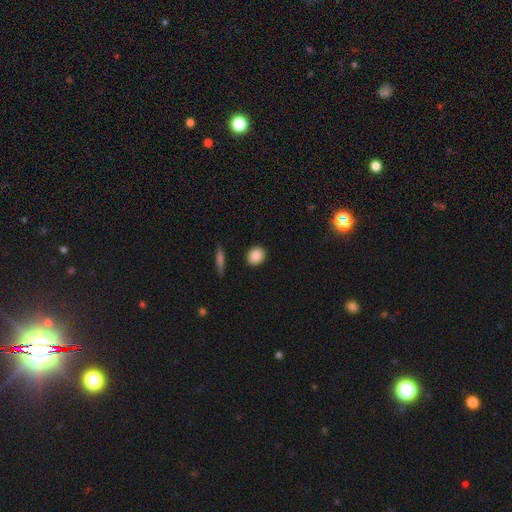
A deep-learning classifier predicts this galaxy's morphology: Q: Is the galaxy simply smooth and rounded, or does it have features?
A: smooth — 88%.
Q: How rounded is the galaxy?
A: round — 69%.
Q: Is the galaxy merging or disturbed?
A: none — 90%.